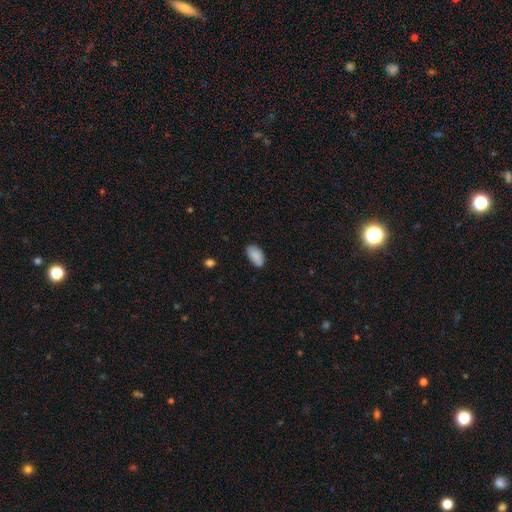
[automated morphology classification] smooth 86%, star or artifact 7%, featured or disk 7%. Down the decision tree: how rounded — in between (94%); merging — none (75%).